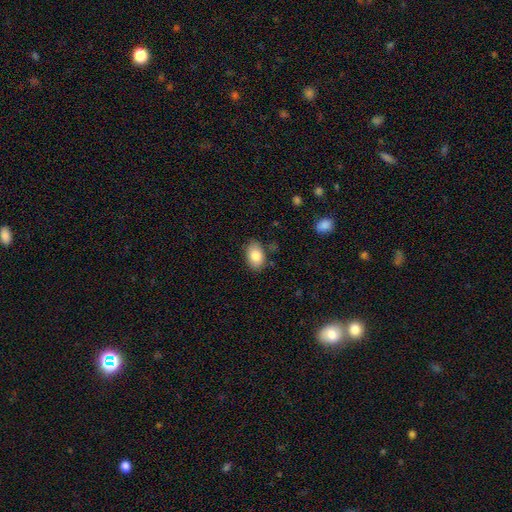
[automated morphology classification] Smooth or featured? Predicted: smooth (p=0.83). How rounded? Predicted: in between (p=0.86). Merging? Predicted: none (p=0.82).